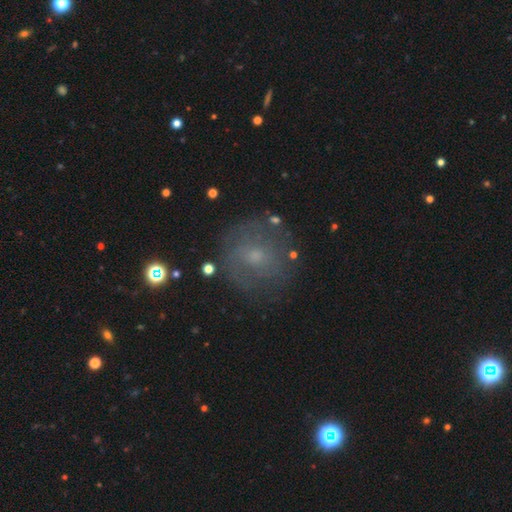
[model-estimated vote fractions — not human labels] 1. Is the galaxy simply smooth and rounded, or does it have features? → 42% smooth, 40% featured or disk, 18% star or artifact.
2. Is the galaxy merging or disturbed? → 75% none, 15% minor disturbance, 7% major disturbance, 2% merger.